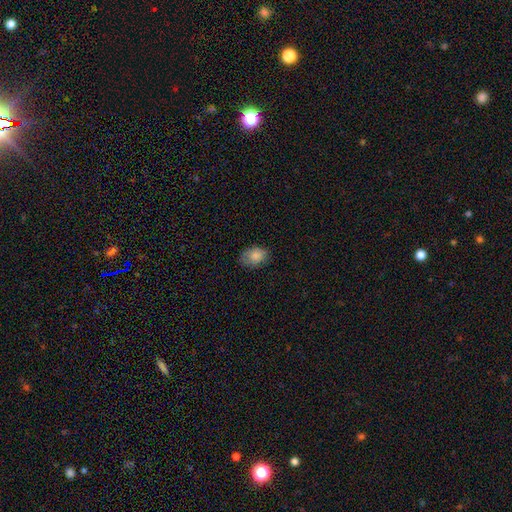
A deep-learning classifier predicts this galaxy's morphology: Q: Smooth or featured?
A: smooth (84%); runner-up: star or artifact (8%)
Q: How rounded?
A: in between (78%); runner-up: round (21%)
Q: Merging?
A: none (70%); runner-up: minor disturbance (24%)